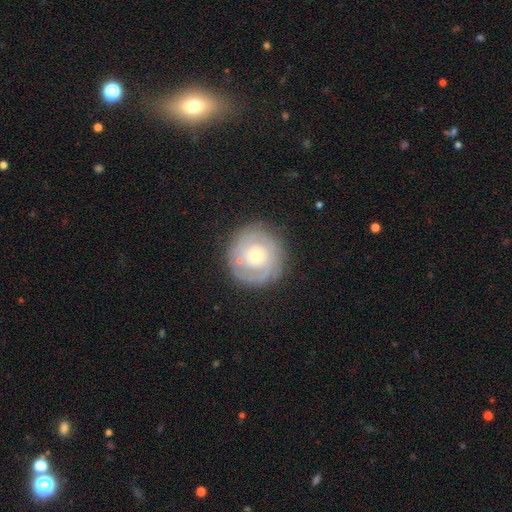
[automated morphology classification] The model was most divided on "spiral arm count": 2: 35%, can't tell: 33%, 3: 16%, 1: 6%, 4: 6%, more than 4: 4%. Remaining: edge-on disk — no (97%); spiral arms — yes (86%); merging — none (83%); bar — no (81%); spiral winding — tight (77%); smooth or featured — featured or disk (75%); bulge size — small (50%).